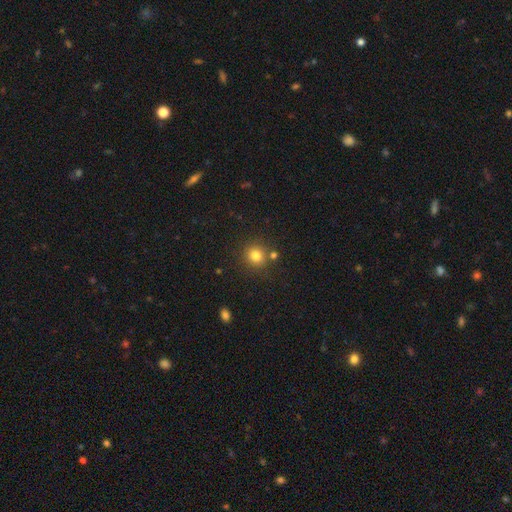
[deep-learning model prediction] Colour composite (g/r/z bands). It shows a smooth galaxy with no disk features (80%) that is round (89%). Merging: none (80%).